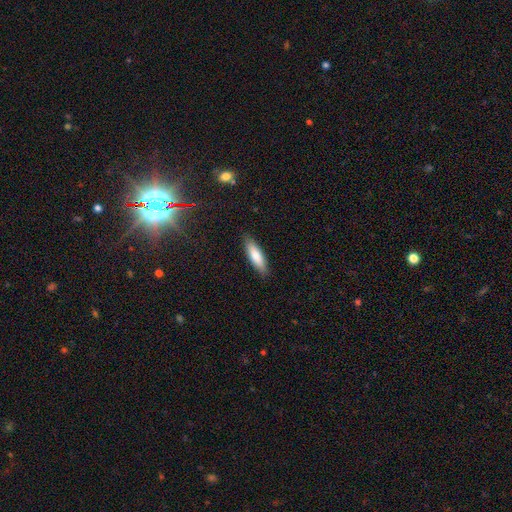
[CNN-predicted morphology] Smooth or featured: smooth — 78% (featured or disk — 16%)
How rounded: cigar-shaped — 56% (in between — 42%)
Merging: none — 88% (minor disturbance — 9%)